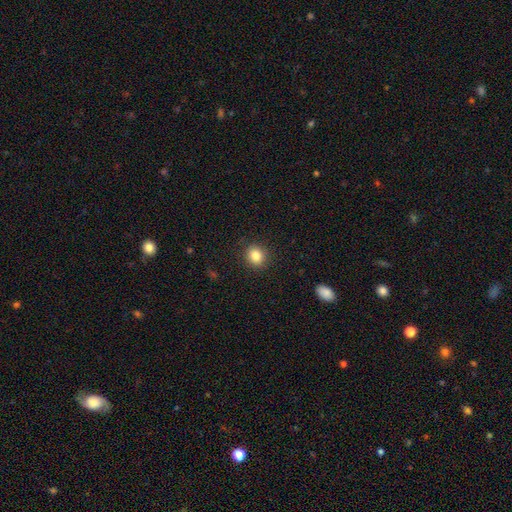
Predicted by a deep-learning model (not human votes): smooth-or-featured: smooth: 84% | star or artifact: 10% | featured or disk: 6%
  how-rounded: round: 77% | in between: 22% | cigar-shaped: 1%
  merging: none: 90% | minor disturbance: 7% | major disturbance: 2% | merger: 1%